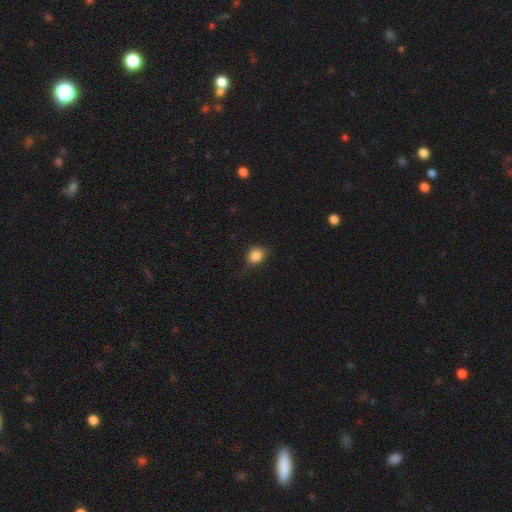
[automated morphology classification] The model was most divided on "how rounded": round: 61%, in between: 37%, cigar-shaped: 1%. More confident: smooth or featured — smooth (83%); merging — none (59%).